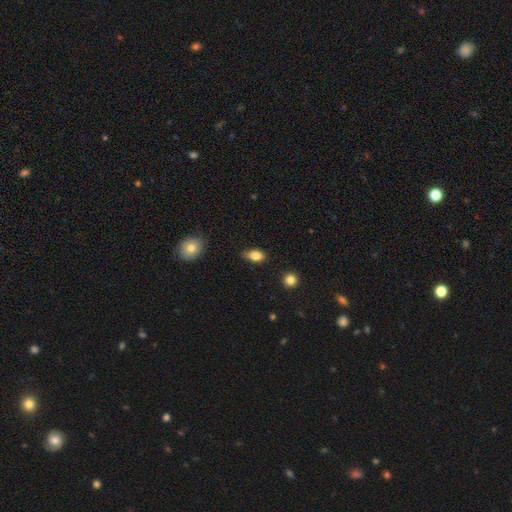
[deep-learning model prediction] A smooth galaxy with no disk features (83%) that is in between round and cigar-shaped (85%).

Vote fractions:
- Smooth or featured? smooth: 83% / star or artifact: 9% / featured or disk: 8%
- How rounded? in between: 85% / round: 11% / cigar-shaped: 3%
- Merging? none: 72% / minor disturbance: 23% / major disturbance: 4% / merger: 2%